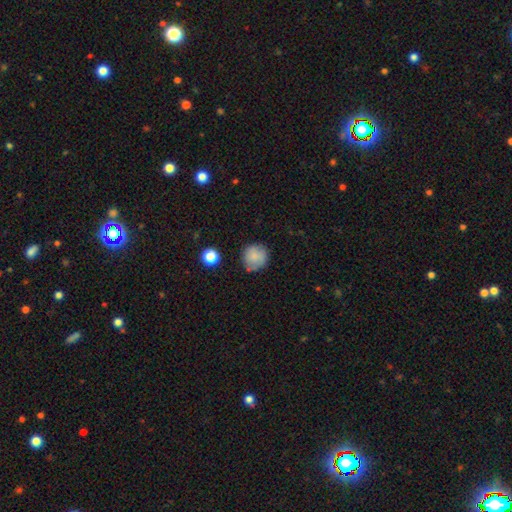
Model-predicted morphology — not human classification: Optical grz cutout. It shows a smooth galaxy with no disk features (82%) that is round (91%). Merging: none (75%).